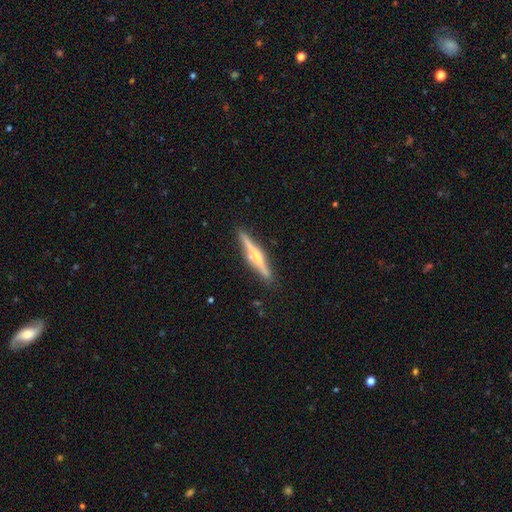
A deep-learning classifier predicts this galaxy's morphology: A featured or disk galaxy (66%) viewed edge-on (97%) with a rounded central bulge (67%).

Vote fractions:
- Smooth or featured? featured or disk: 66% / smooth: 28% / star or artifact: 6%
- Edge-on disk? yes: 97% / no: 3%
- Edge-on bulge? rounded: 67% / none: 20% / boxy: 13%
- Merging? none: 86% / minor disturbance: 10% / merger: 2% / major disturbance: 2%